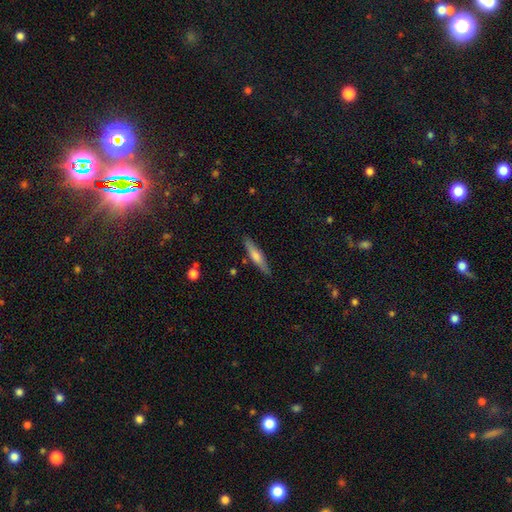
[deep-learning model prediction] A featured or disk galaxy (48%).

Vote fractions:
- Smooth or featured? featured or disk: 48% / smooth: 45% / star or artifact: 7%
- Merging? none: 88% / minor disturbance: 9% / major disturbance: 2% / merger: 2%